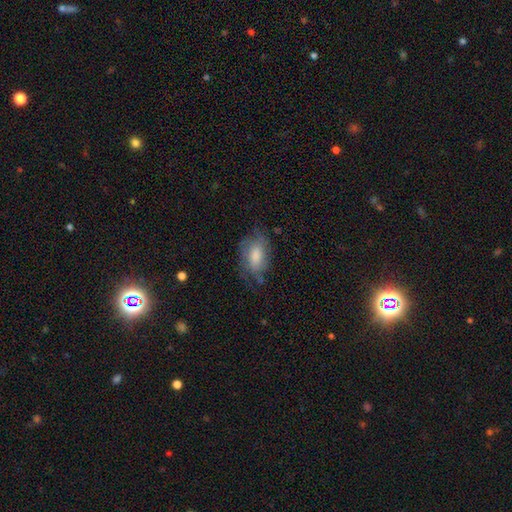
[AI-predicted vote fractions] Smooth or featured? Predicted: smooth (p=0.63). How rounded? Predicted: in between (p=0.90). Merging? Predicted: none (p=0.56).